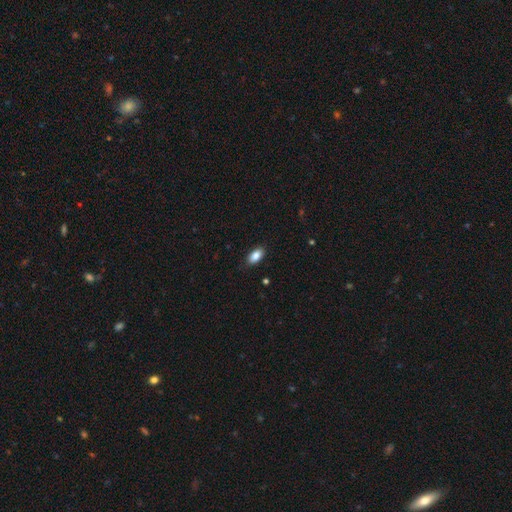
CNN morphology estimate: This is clearly a smooth galaxy (86%). How rounded: clearly in between (92%). Merging: clearly none (87%).